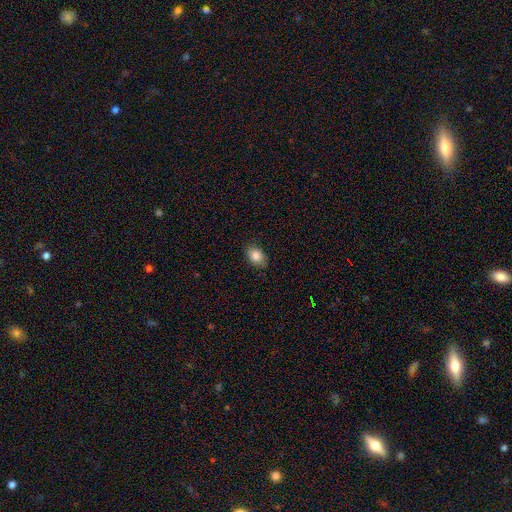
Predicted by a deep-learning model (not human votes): smooth 86%, star or artifact 8%, featured or disk 6%. Down the decision tree: how rounded — in between (79%); merging — none (85%).